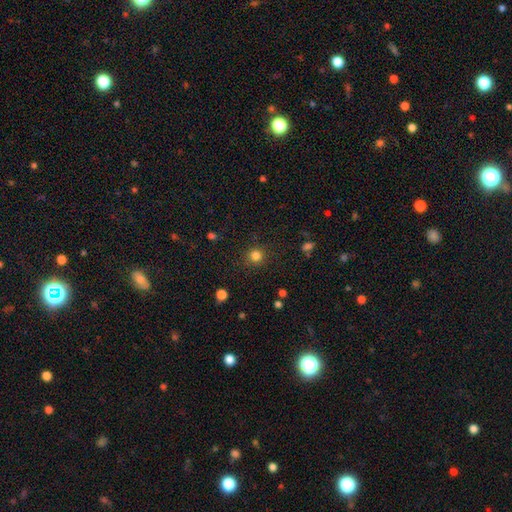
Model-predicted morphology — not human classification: Smooth or featured: smooth — 81% (star or artifact — 14%)
How rounded: round — 93% (in between — 6%)
Merging: none — 89% (minor disturbance — 7%)